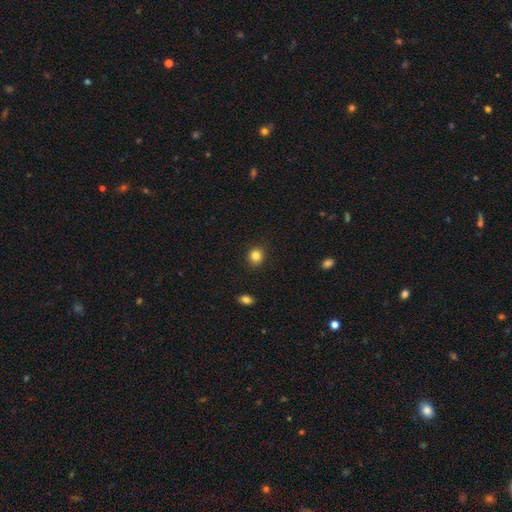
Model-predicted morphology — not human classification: This is clearly a smooth galaxy (84%). How rounded: clearly round (81%). Merging: clearly none (90%).